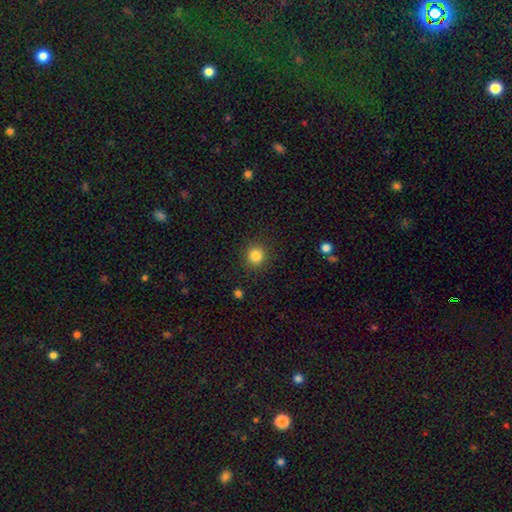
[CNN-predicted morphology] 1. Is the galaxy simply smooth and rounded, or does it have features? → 84% smooth, 11% star or artifact, 5% featured or disk.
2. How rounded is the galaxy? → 91% round, 8% in between, 1% cigar-shaped.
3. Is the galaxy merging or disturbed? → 89% none, 7% minor disturbance, 3% major disturbance, 1% merger.